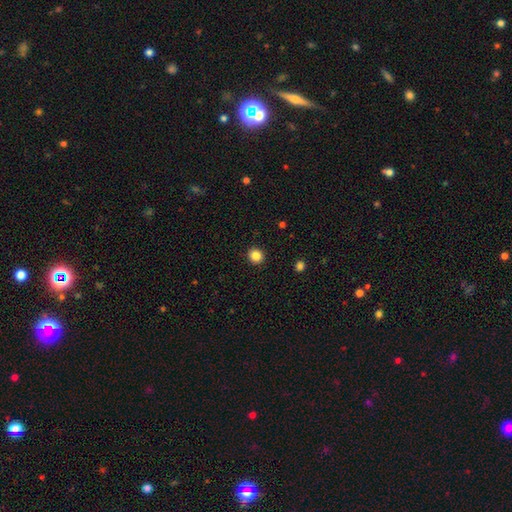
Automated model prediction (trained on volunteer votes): The model was most divided on "smooth or featured": smooth: 86%, star or artifact: 11%, featured or disk: 4%. More confident: merging — none (93%); how rounded — round (90%).